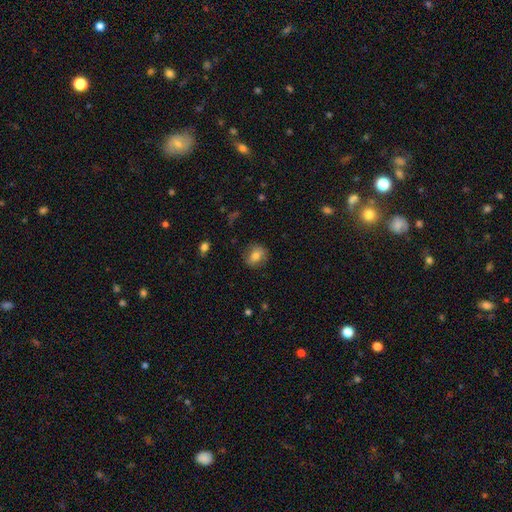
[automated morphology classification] This appears to be a smooth galaxy with no disk features (74%) that is round (63%). Merging: none (82%).